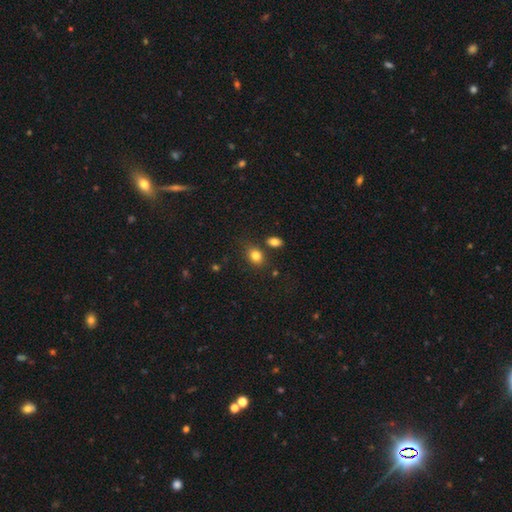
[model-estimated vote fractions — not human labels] Smooth or featured? smooth (82%)
How rounded? in between (55%)
Merging? none (73%)